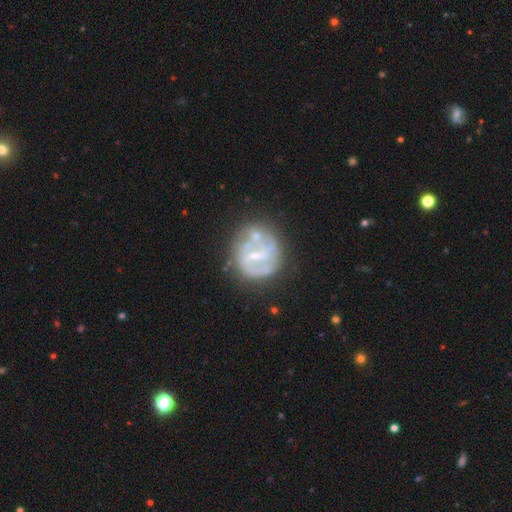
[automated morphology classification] featured or disk 75%, smooth 18%, star or artifact 8%. Down the decision tree: edge-on disk — no (98%); bar — weak (47%); spiral arms — yes (68%); bulge size — small (66%); merging — none (56%).